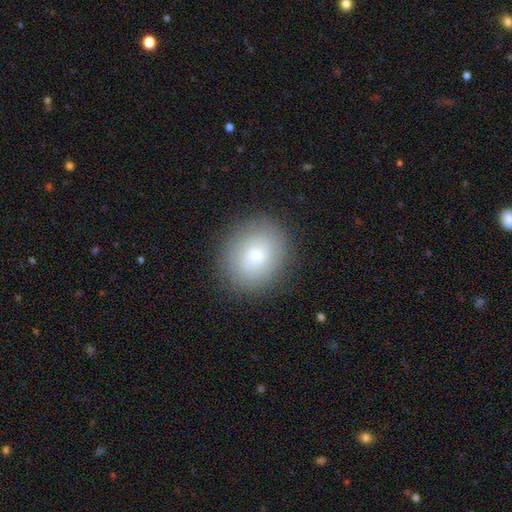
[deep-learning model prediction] smooth-or-featured: smooth: 65% | featured or disk: 25% | star or artifact: 10%
  how-rounded: round: 70% | in between: 29% | cigar-shaped: 1%
  merging: none: 86% | minor disturbance: 9% | major disturbance: 3% | merger: 1%